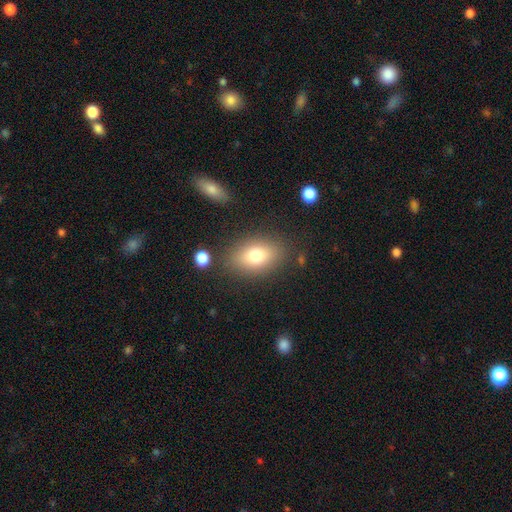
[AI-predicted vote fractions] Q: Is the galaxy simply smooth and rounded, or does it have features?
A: smooth — 77%.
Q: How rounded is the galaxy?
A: in between — 83%.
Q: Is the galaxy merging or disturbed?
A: none — 81%.